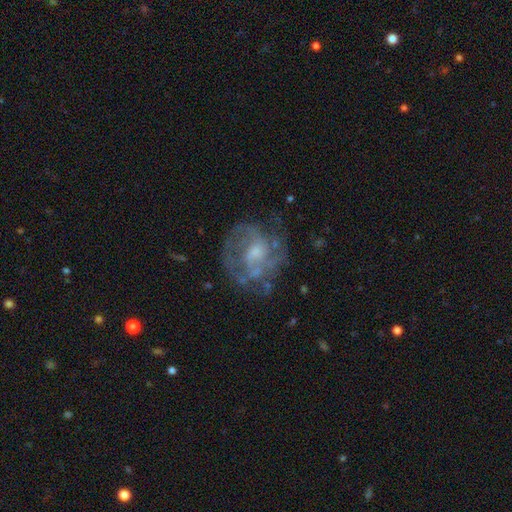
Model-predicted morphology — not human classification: Smooth or featured: featured or disk — 72% (smooth — 17%)
Edge-on disk: no — 97% (yes — 3%)
Bar: no — 59% (weak — 34%)
Spiral arms: yes — 70% (no — 30%)
Bulge size: moderate — 42% (small — 40%)
Merging: none — 65% (minor disturbance — 18%)